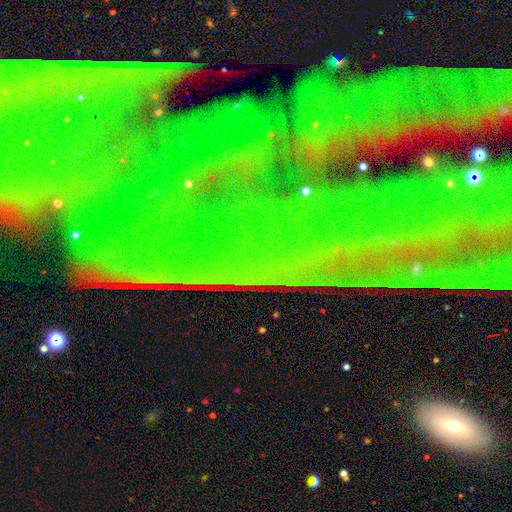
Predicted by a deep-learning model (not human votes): Smooth or featured: star or artifact — 74% (featured or disk — 16%)